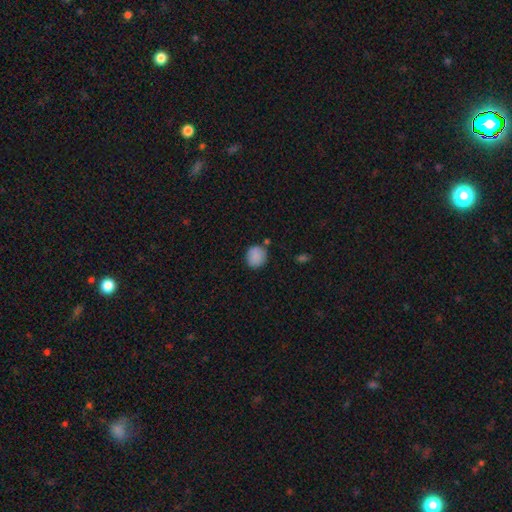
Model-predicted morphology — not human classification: This is clearly a smooth galaxy (87%). How rounded: clearly round (82%). Merging: likely none (76%).